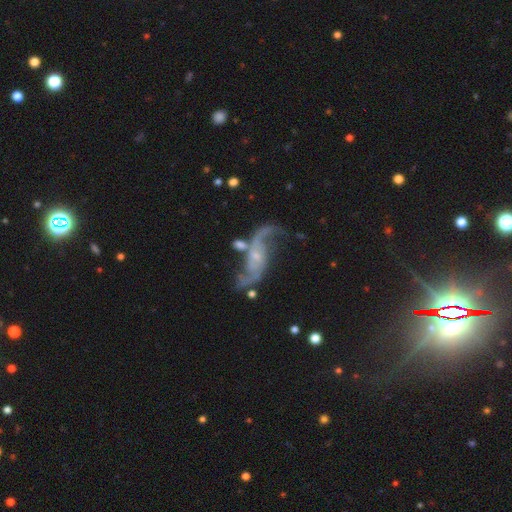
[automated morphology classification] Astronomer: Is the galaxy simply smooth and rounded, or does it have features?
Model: featured or disk — 84%.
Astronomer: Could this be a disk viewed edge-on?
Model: no — 93%.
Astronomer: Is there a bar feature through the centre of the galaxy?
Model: no — 58%.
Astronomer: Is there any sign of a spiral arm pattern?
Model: yes — 92%.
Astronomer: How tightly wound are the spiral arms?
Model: loose — 76%.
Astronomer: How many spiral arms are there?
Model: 2 — 87%.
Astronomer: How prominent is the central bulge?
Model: small — 67%.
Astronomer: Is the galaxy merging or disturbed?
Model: none — 47%.